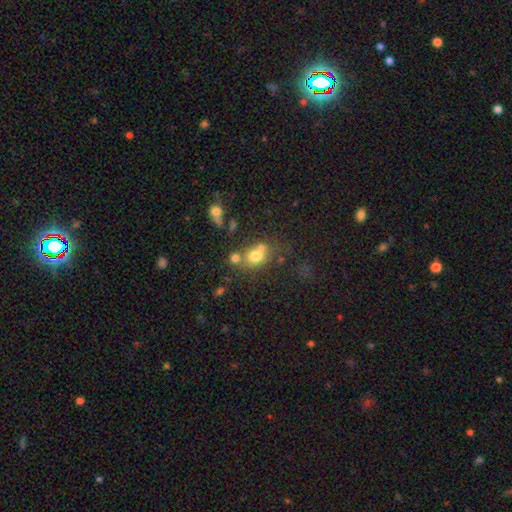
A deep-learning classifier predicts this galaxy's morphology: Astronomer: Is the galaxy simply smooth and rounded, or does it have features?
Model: smooth — 70%.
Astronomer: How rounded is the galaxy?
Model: round — 60% (runner-up: in between, 39%).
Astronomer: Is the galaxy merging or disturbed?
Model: none — 46% (runner-up: merger, 34%).